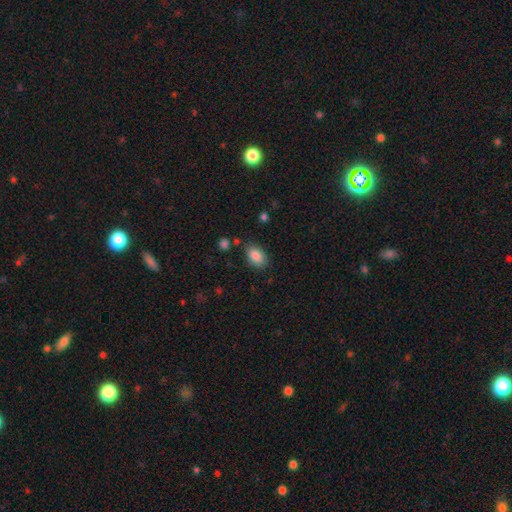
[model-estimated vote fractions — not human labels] Overall: smooth (87%). How rounded: in between (88%). Merging: none (79%).